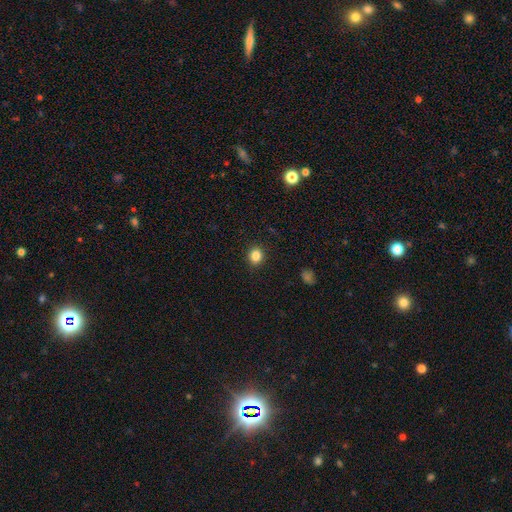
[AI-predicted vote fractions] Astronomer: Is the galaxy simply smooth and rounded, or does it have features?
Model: smooth — 85%.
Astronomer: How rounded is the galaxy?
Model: round — 77%.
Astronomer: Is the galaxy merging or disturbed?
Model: none — 91%.